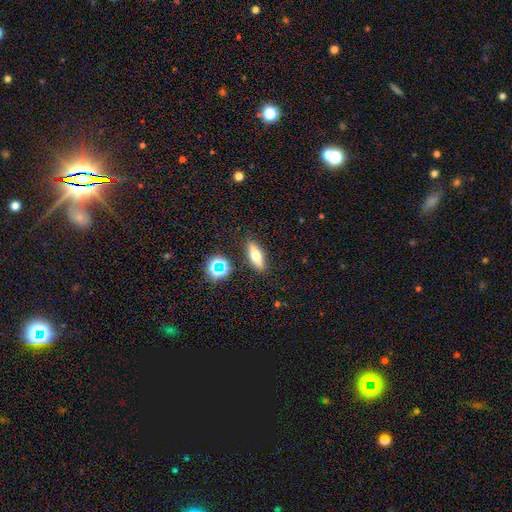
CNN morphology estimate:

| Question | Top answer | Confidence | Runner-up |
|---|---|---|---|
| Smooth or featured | smooth | 58% | featured or disk (31%) |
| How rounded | in between | 57% | cigar-shaped (38%) |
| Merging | none | 86% | minor disturbance (9%) |